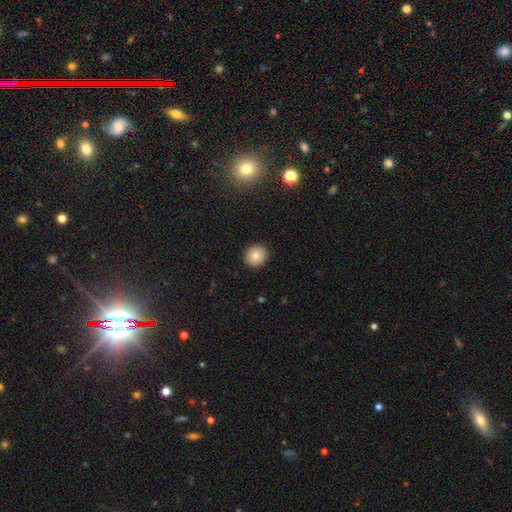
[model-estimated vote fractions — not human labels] The model was most divided on "smooth or featured": smooth: 81%, featured or disk: 10%, star or artifact: 10%. More confident: merging — none (92%); how rounded — round (91%).